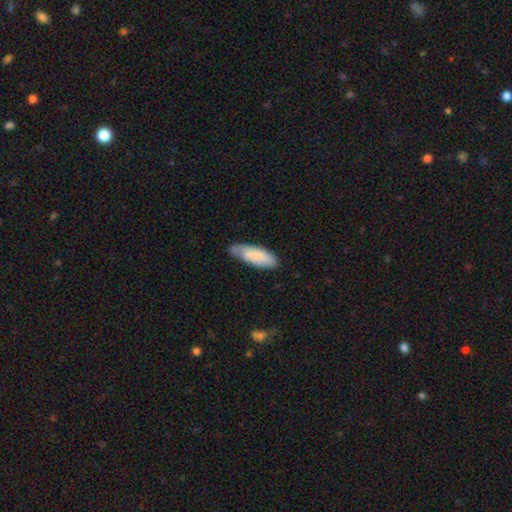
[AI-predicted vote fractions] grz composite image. It shows a smooth galaxy with no disk features (81%) that is in between round and cigar-shaped (63%). Merging: none (61%).